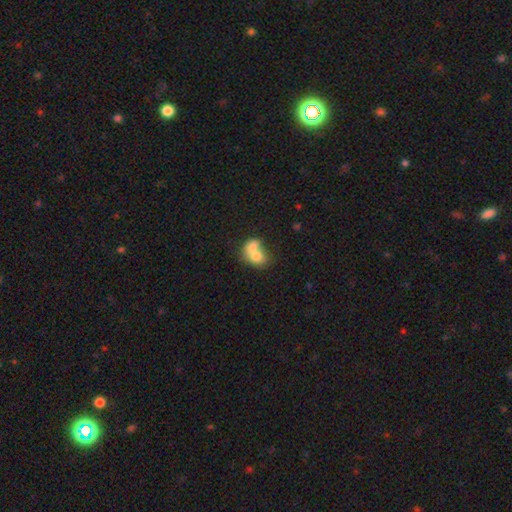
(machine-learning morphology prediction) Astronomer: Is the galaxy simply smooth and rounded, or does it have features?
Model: smooth — 72%.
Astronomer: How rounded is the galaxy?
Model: in between — 56% (runner-up: round, 43%).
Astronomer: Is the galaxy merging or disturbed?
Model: merger — 74%.